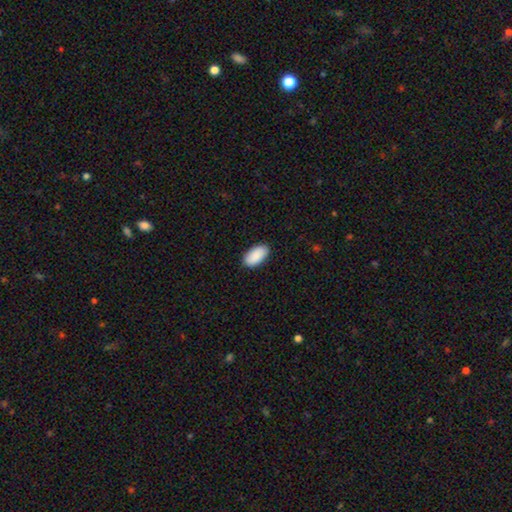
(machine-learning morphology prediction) A smooth galaxy with no disk features (90%) that is in between round and cigar-shaped (95%).

Vote fractions:
- Smooth or featured? smooth: 90% / star or artifact: 6% / featured or disk: 4%
- How rounded? in between: 95% / round: 2% / cigar-shaped: 2%
- Merging? none: 88% / minor disturbance: 9% / major disturbance: 2% / merger: 1%